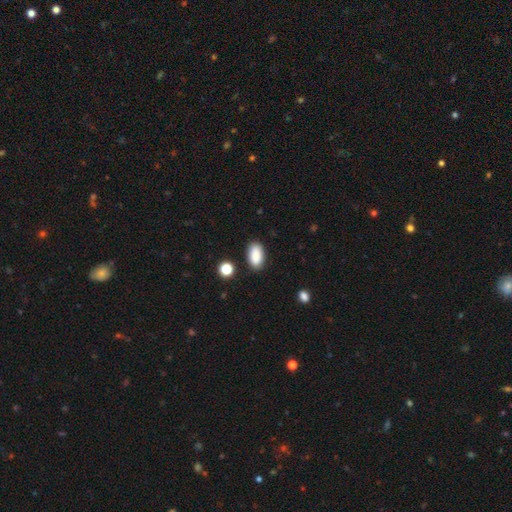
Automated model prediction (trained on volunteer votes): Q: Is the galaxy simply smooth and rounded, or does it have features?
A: smooth — 89%.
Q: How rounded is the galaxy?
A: in between — 93%.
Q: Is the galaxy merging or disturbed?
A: none — 85%.